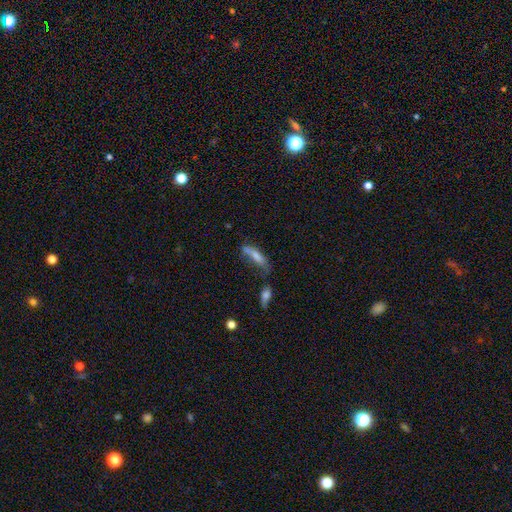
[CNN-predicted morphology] A smooth galaxy with no disk features (66%) that is cigar-shaped (66%). Merging: none (32%).